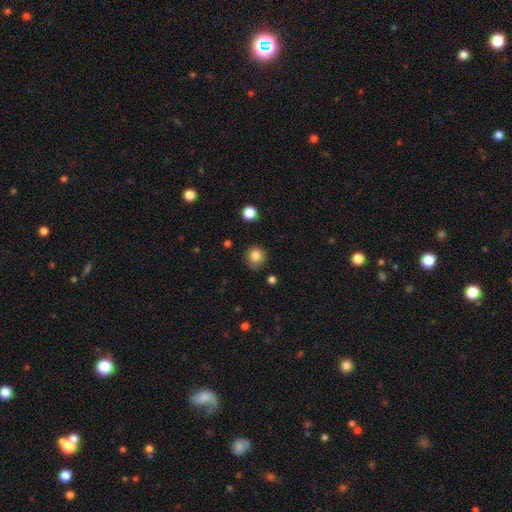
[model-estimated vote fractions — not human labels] Morphology: type=smooth (84%); roundness=round (87%); merging=none (79%).